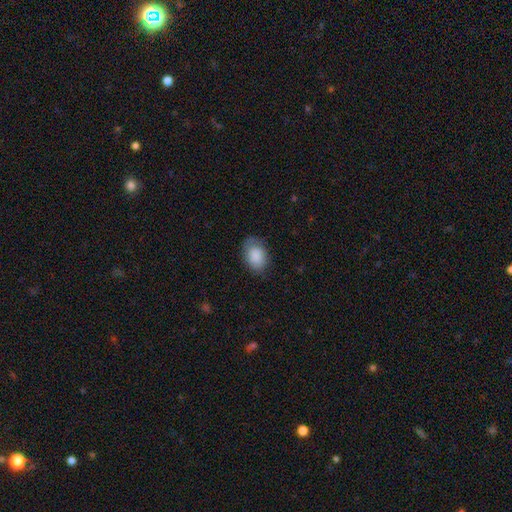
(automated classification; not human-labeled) smooth 84%, featured or disk 9%, star or artifact 7%. Down the decision tree: how rounded — in between (79%); merging — none (70%).